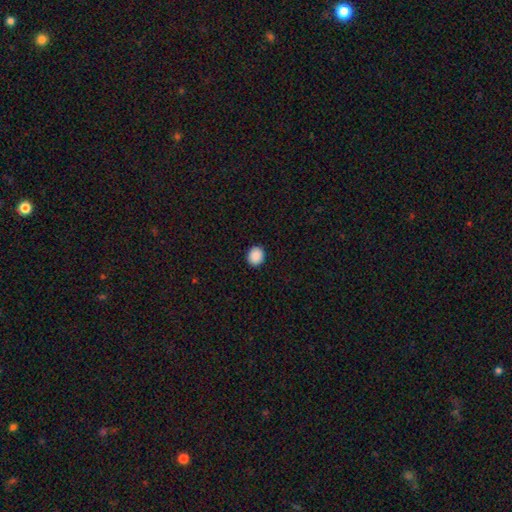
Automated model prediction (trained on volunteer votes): Smooth or featured? smooth (90%)
How rounded? round (74%)
Merging? none (92%)